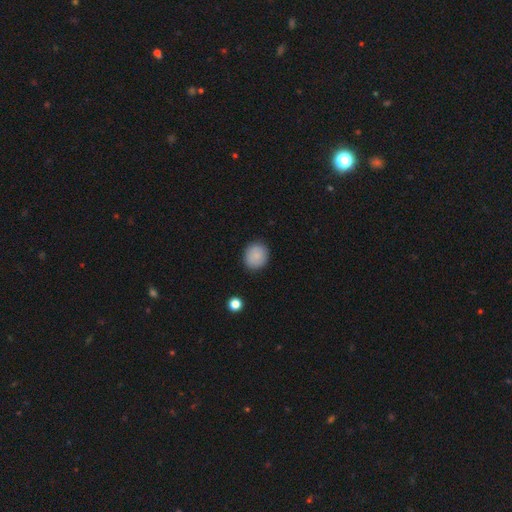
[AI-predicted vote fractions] The model was most divided on "how rounded": round: 83%, in between: 16%, cigar-shaped: 1%. More confident: merging — none (89%); smooth or featured — smooth (87%).